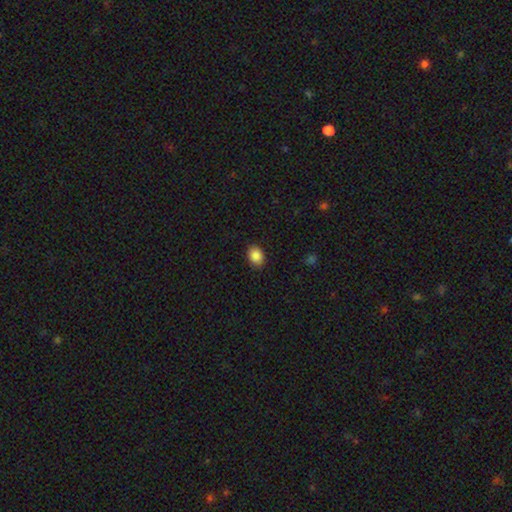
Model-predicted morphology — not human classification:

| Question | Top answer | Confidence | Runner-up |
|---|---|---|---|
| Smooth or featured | smooth | 88% | star or artifact (8%) |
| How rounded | in between | 69% | round (31%) |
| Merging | none | 89% | minor disturbance (8%) |